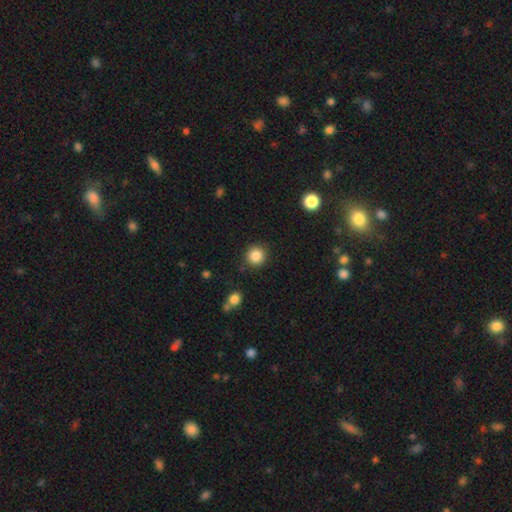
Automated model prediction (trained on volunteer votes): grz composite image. It shows a smooth galaxy with no disk features (85%) that is round (94%). Merging: none (89%).